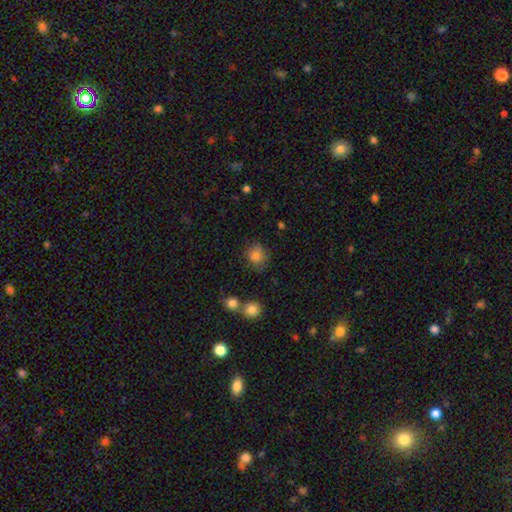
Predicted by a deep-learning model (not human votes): A smooth galaxy with no disk features (82%) that is round (79%).

Vote fractions:
- Smooth or featured? smooth: 82% / star or artifact: 11% / featured or disk: 7%
- How rounded? round: 79% / in between: 20% / cigar-shaped: 1%
- Merging? none: 72% / minor disturbance: 18% / major disturbance: 5% / merger: 5%